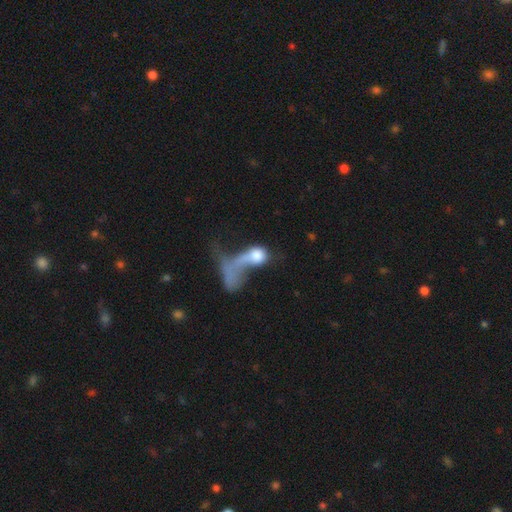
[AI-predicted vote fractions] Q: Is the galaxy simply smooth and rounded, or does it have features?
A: smooth — 55%.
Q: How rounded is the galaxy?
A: in between — 49%.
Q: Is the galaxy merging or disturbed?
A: major disturbance — 57%.